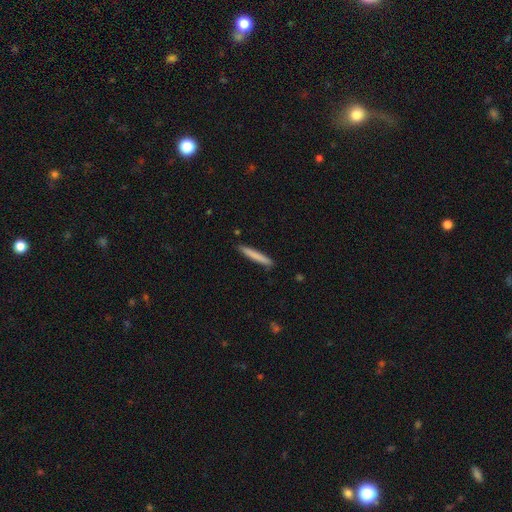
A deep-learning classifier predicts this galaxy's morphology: Smooth or featured: smooth — 79% (featured or disk — 15%)
How rounded: cigar-shaped — 96% (in between — 3%)
Merging: none — 90% (minor disturbance — 7%)